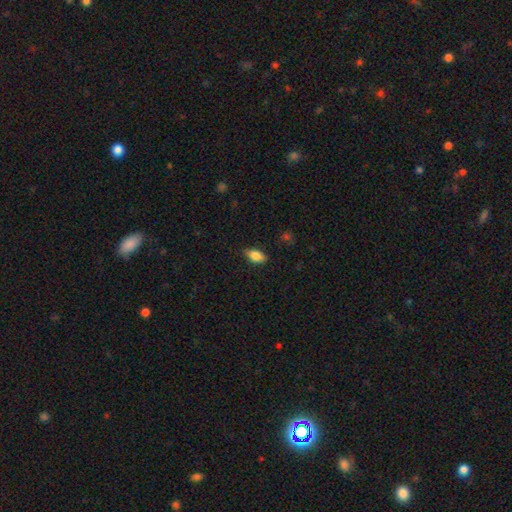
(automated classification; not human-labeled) The model was most divided on "merging": none: 74%, minor disturbance: 21%, major disturbance: 3%, merger: 1%. More confident: how rounded — in between (88%); smooth or featured — smooth (83%).